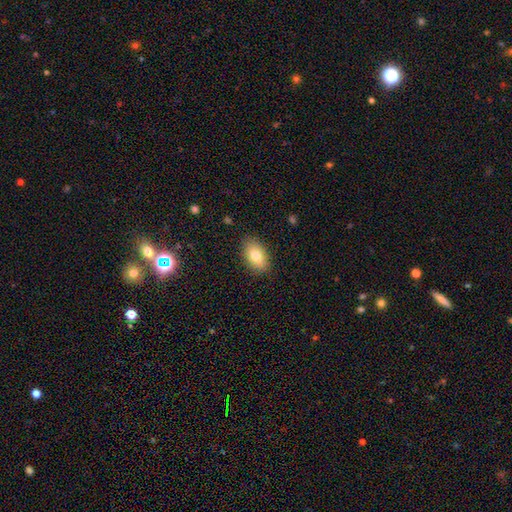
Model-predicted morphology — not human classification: This appears to be a smooth galaxy with no disk features (80%) that is in between round and cigar-shaped (91%). Merging: none (86%).